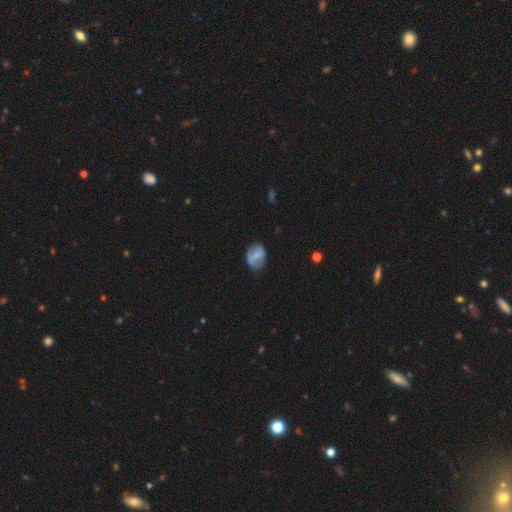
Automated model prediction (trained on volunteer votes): Smooth or featured?
  - smooth: 55% *
  - featured or disk: 37%
  - star or artifact: 8%
How rounded?
  - in between: 63% *
  - round: 35%
  - cigar-shaped: 2%
Merging?
  - none: 63% *
  - minor disturbance: 25%
  - major disturbance: 9%
  - merger: 2%